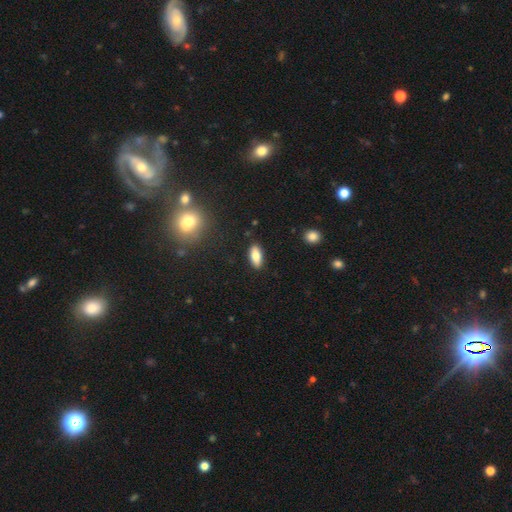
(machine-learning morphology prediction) A smooth galaxy with no disk features (79%) that is in between round and cigar-shaped (83%).

Vote fractions:
- Smooth or featured? smooth: 79% / featured or disk: 13% / star or artifact: 8%
- How rounded? in between: 83% / cigar-shaped: 15% / round: 3%
- Merging? none: 88% / minor disturbance: 9% / major disturbance: 2% / merger: 1%